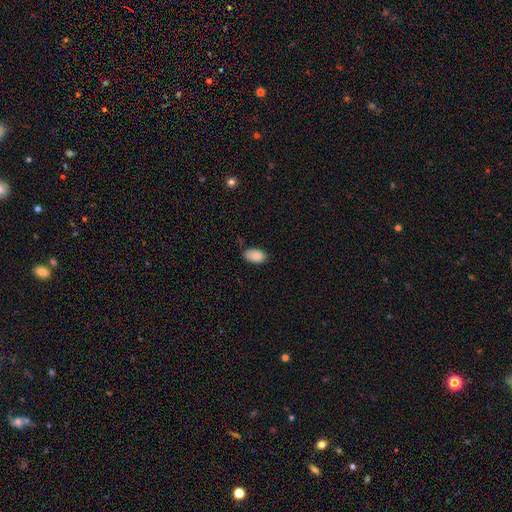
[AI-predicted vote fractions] smooth-or-featured: smooth: 88% | star or artifact: 8% | featured or disk: 4%
  how-rounded: in between: 93% | round: 5% | cigar-shaped: 1%
  merging: none: 72% | minor disturbance: 22% | major disturbance: 4% | merger: 2%